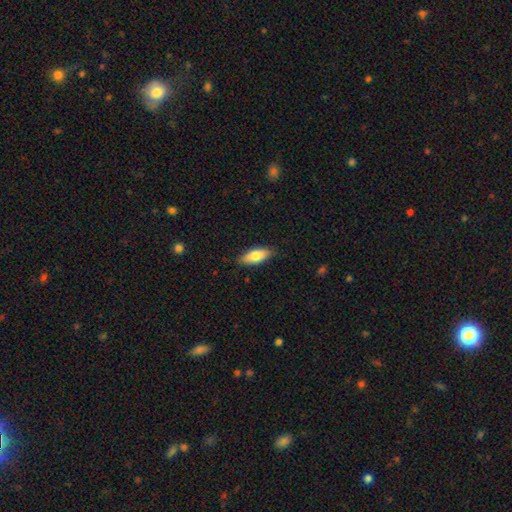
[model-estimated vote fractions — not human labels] Morphology: type=smooth (79%); roundness=in between (79%); merging=none (85%).